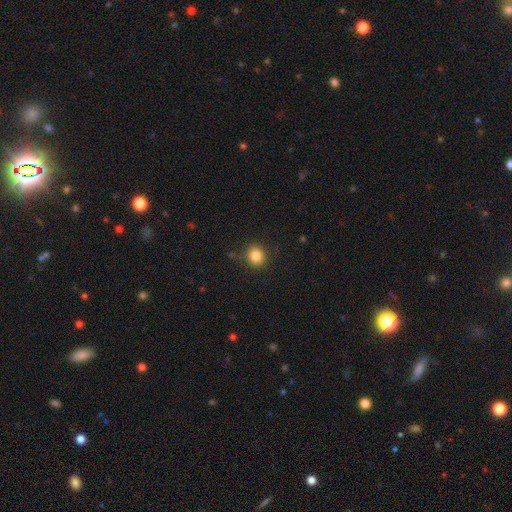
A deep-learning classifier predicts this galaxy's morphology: Smooth or featured? Predicted: smooth (p=0.84). How rounded? Predicted: round (p=0.81). Merging? Predicted: none (p=0.85).